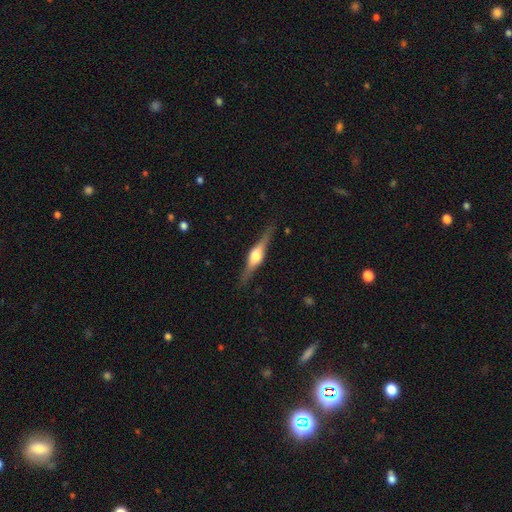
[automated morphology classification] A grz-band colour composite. It shows a featured or disk galaxy (77%) viewed edge-on (97%) with a rounded central bulge (91%). Merging: none (87%).